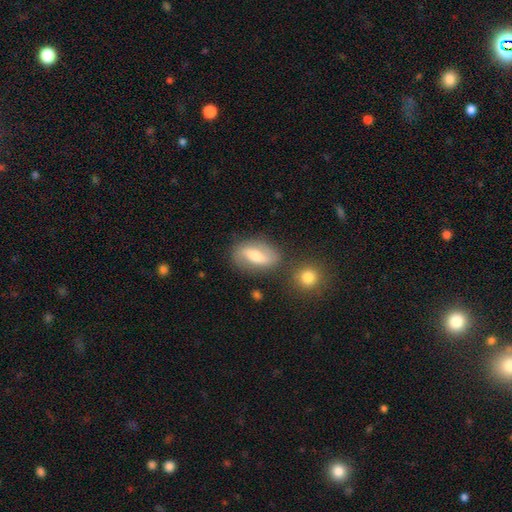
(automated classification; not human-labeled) featured or disk 50%, smooth 42%, star or artifact 8%. Down the decision tree: edge-on disk — no (89%); merging — none (73%).